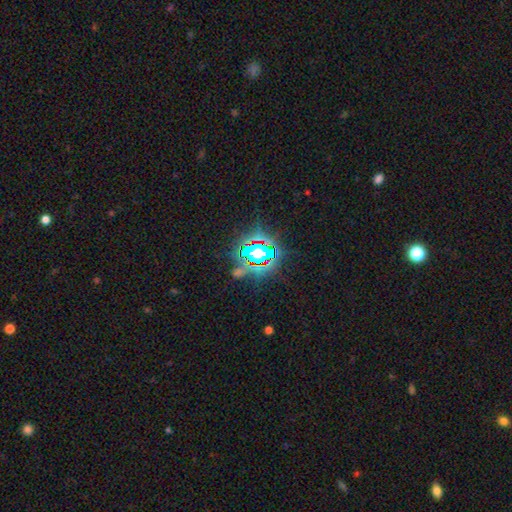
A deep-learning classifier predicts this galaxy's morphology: The model was most divided on "smooth or featured": star or artifact: 69%, smooth: 19%, featured or disk: 12%.